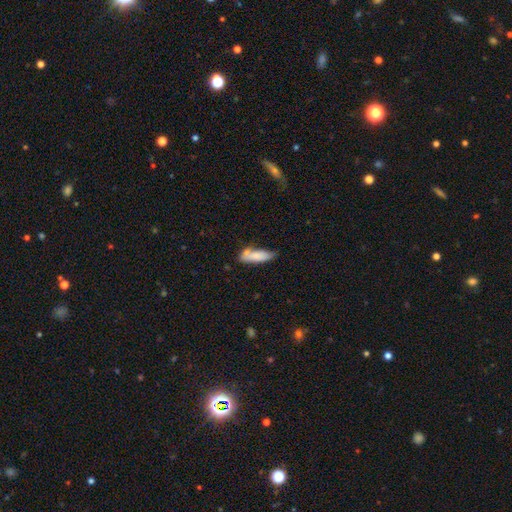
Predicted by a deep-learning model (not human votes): Overall: smooth (78%). How rounded: in between (51%; cigar-shaped 47%). Merging: none (50%; minor disturbance 25%).